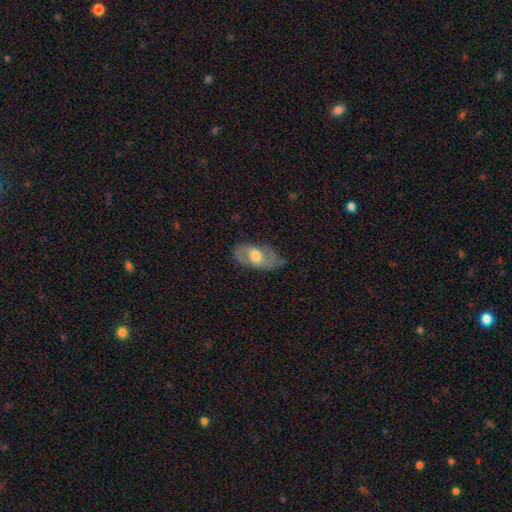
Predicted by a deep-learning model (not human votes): Overall: featured or disk (58%; smooth 36%). Edge-on disk: no (90%). Bar: no (53%; weak 37%). Spiral arms: yes (65%; no 35%). Bulge size: moderate (63%; large 25%). Merging: none (62%; minor disturbance 26%).